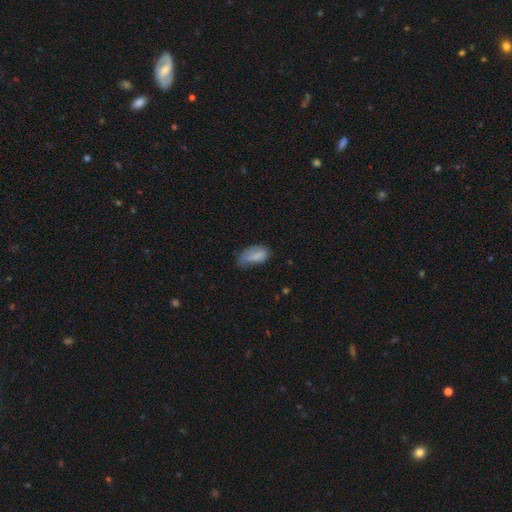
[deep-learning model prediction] Smooth or featured? smooth (80%)
How rounded? in between (90%)
Merging? none (42%)